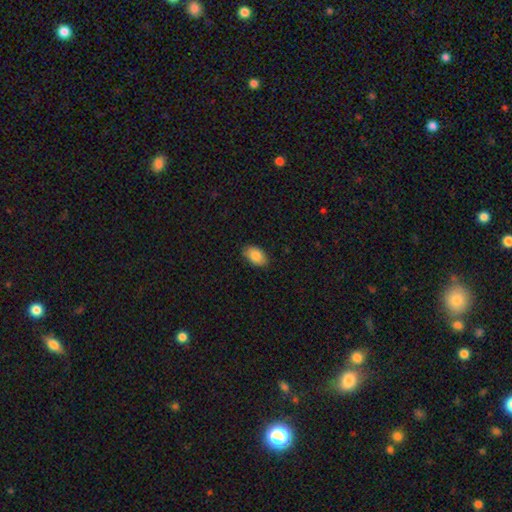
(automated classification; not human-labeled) A smooth galaxy with no disk features (85%) that is in between round and cigar-shaped (91%).

Vote fractions:
- Smooth or featured? smooth: 85% / featured or disk: 8% / star or artifact: 7%
- How rounded? in between: 91% / round: 8% / cigar-shaped: 1%
- Merging? none: 86% / minor disturbance: 11% / major disturbance: 2% / merger: 1%